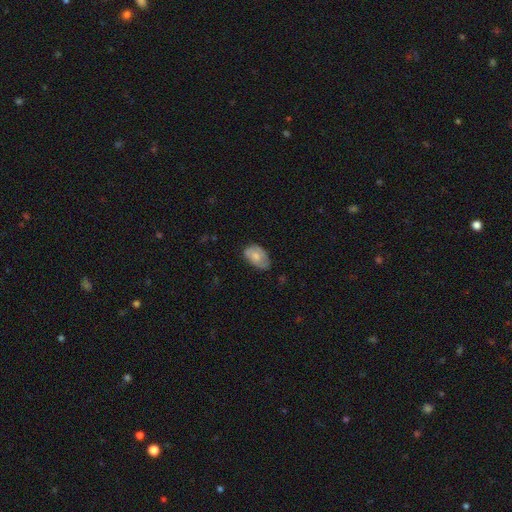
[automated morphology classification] smooth-or-featured: smooth: 63% | featured or disk: 30% | star or artifact: 7%
  how-rounded: in between: 90% | round: 8% | cigar-shaped: 1%
  merging: none: 62% | minor disturbance: 30% | major disturbance: 7% | merger: 2%